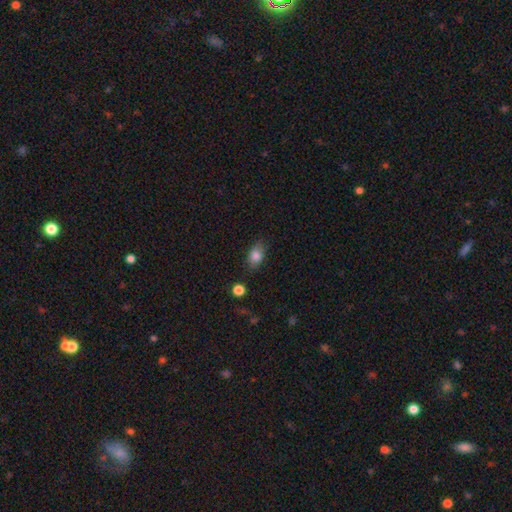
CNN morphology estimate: Smooth or featured? smooth (82%)
How rounded? in between (80%)
Merging? none (79%)